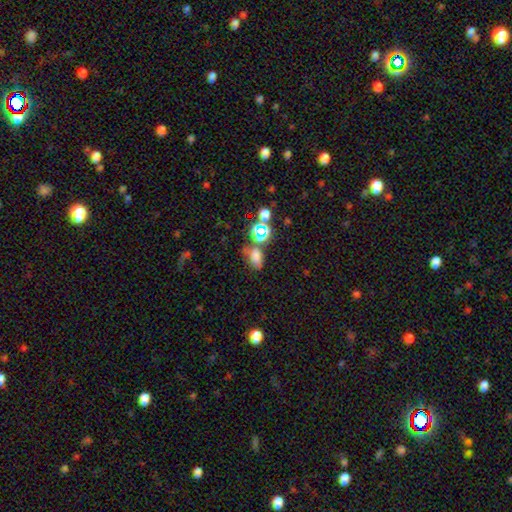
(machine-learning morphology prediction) Overall: smooth (67%). How rounded: in between (81%). Merging: none (54%; minor disturbance 19%).